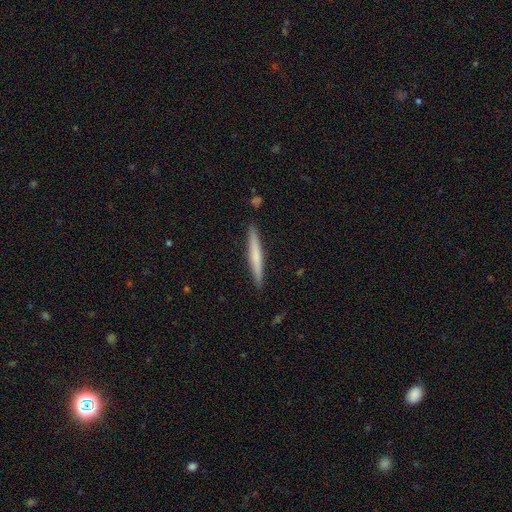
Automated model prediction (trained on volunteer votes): Smooth or featured?
  - smooth: 59% *
  - featured or disk: 36%
  - star or artifact: 5%
How rounded?
  - cigar-shaped: 96% *
  - in between: 2%
  - round: 1%
Merging?
  - none: 91% *
  - minor disturbance: 7%
  - major disturbance: 1%
  - merger: 1%